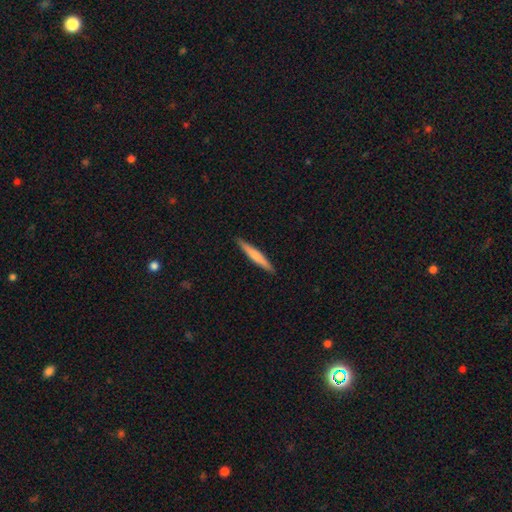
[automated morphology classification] smooth 66%, featured or disk 29%, star or artifact 5%. Down the decision tree: how rounded — cigar-shaped (95%); merging — none (91%).